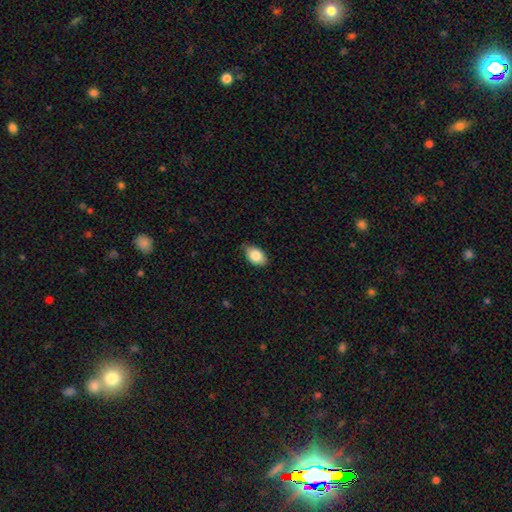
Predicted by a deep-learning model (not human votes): This appears to be a smooth galaxy with no disk features (85%) that is in between round and cigar-shaped (92%). Merging: none (81%).